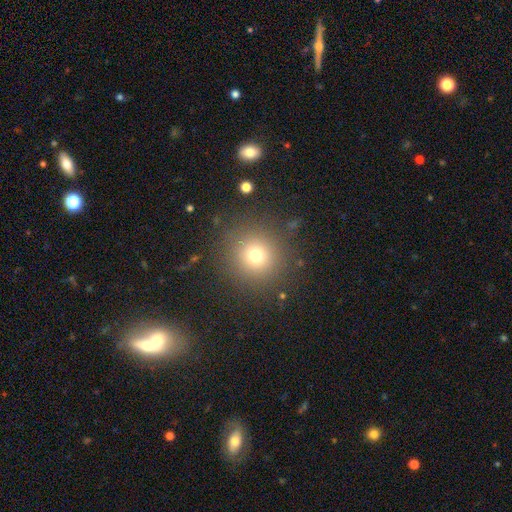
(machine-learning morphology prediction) Overall: smooth (73%). How rounded: round (94%). Merging: none (88%).